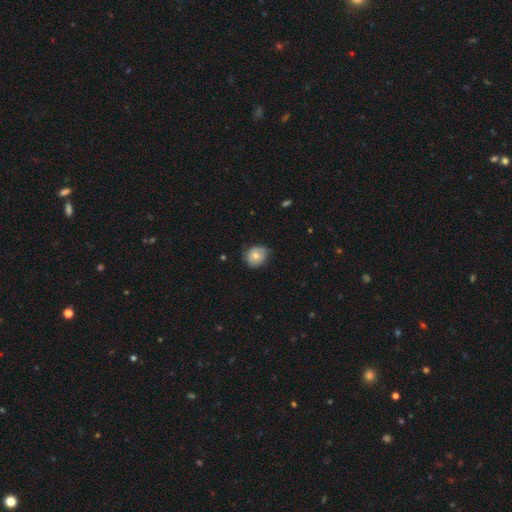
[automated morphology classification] Smooth or featured? Predicted: smooth (p=0.67). How rounded? Predicted: round (p=0.74). Merging? Predicted: none (p=0.67).